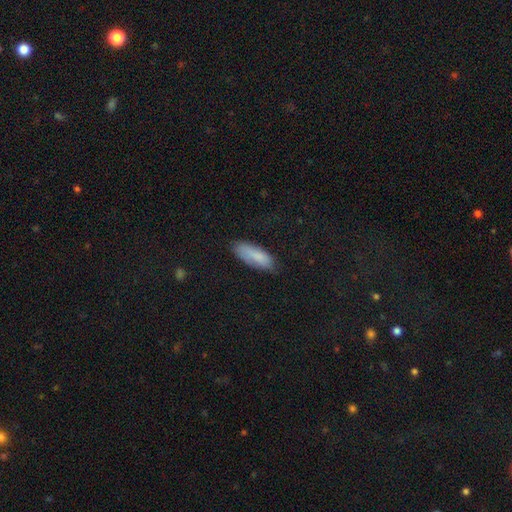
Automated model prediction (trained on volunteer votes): This is clearly a smooth galaxy (84%). How rounded: likely in between (65%). Merging: likely none (72%).